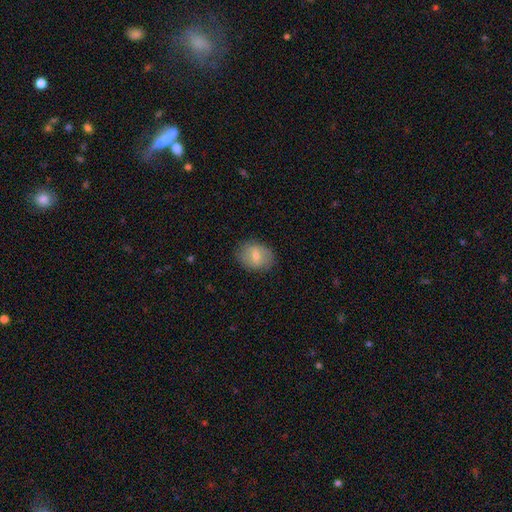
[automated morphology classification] The model was most divided on "how rounded": in between: 62%, round: 37%, cigar-shaped: 1%. More confident: merging — none (83%); smooth or featured — smooth (65%).